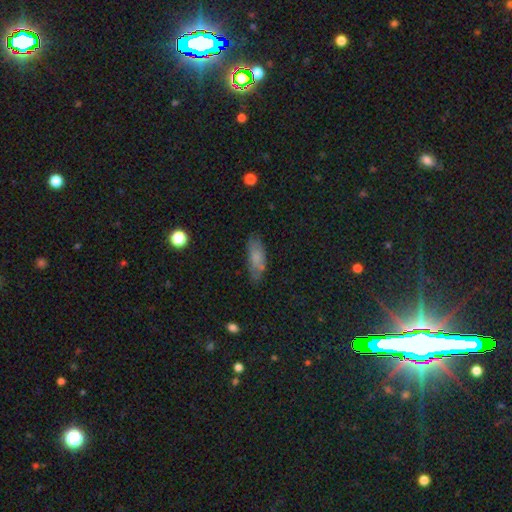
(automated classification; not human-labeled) This appears to be a smooth galaxy with no disk features (60%) that is in between round and cigar-shaped (65%). Merging: none (74%).